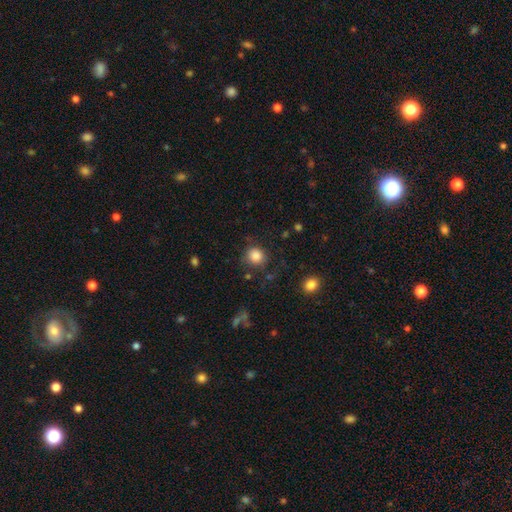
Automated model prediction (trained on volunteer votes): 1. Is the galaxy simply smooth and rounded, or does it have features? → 85% smooth, 10% star or artifact, 5% featured or disk.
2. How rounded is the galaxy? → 87% round, 12% in between, 1% cigar-shaped.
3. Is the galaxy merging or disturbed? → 79% none, 13% minor disturbance, 5% major disturbance, 3% merger.